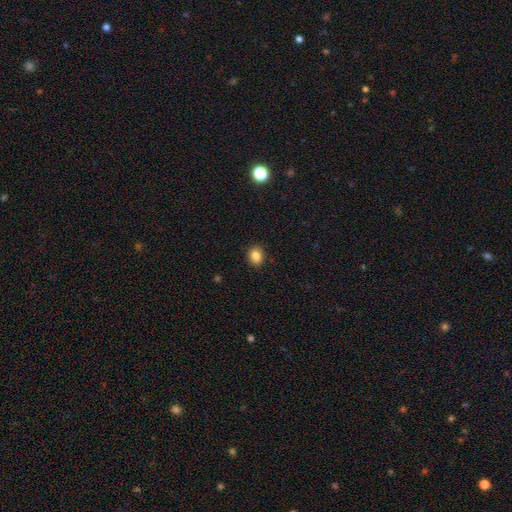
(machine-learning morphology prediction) Smooth or featured? Predicted: smooth (p=0.85). How rounded? Predicted: round (p=0.57). Merging? Predicted: none (p=0.89).